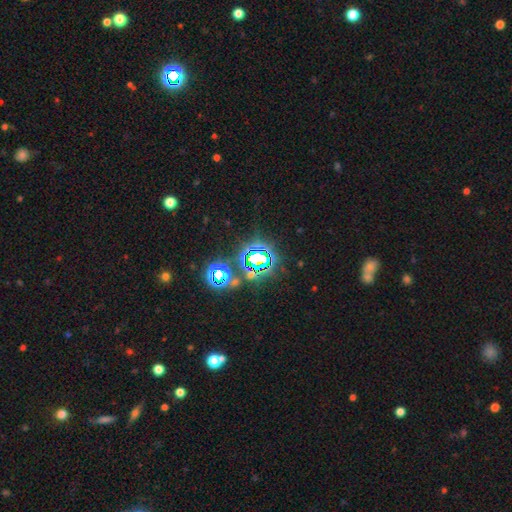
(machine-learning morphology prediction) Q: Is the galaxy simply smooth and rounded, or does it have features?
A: star or artifact — 76%.